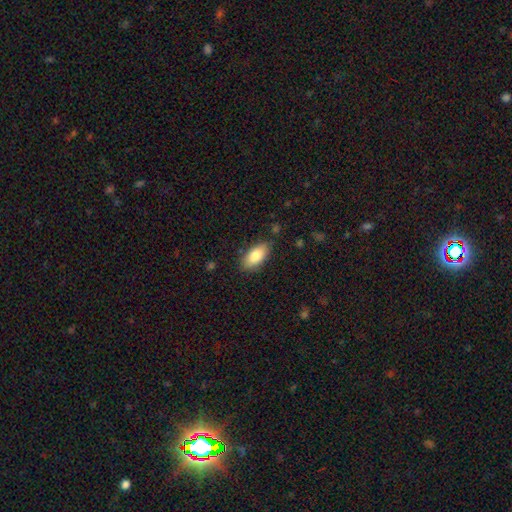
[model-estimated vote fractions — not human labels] Smooth or featured?
  - smooth: 82% *
  - featured or disk: 11%
  - star or artifact: 6%
How rounded?
  - in between: 91% *
  - cigar-shaped: 6%
  - round: 3%
Merging?
  - none: 83% *
  - minor disturbance: 13%
  - major disturbance: 3%
  - merger: 1%